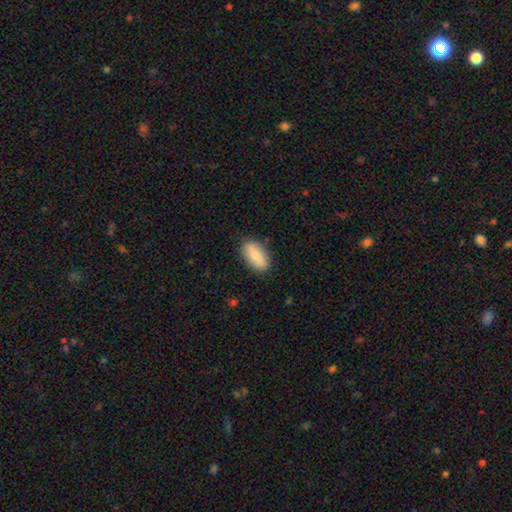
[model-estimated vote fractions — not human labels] smooth_or_featured: smooth (p=0.74) [alt: featured or disk p=0.20]
how_rounded: in between (p=0.90) [alt: cigar-shaped p=0.07]
merging: none (p=0.85) [alt: minor disturbance p=0.11]